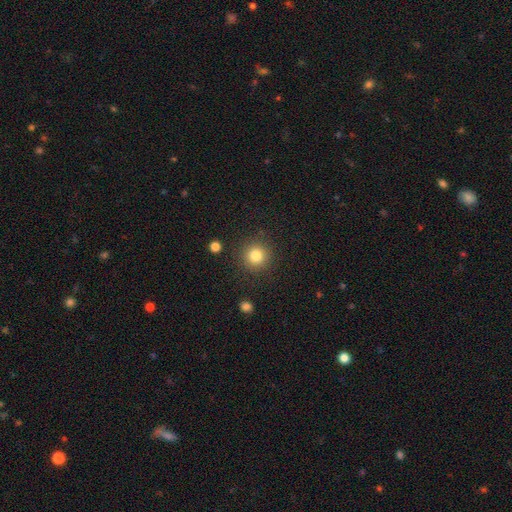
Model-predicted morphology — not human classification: Overall: smooth (83%). How rounded: round (94%). Merging: none (89%).